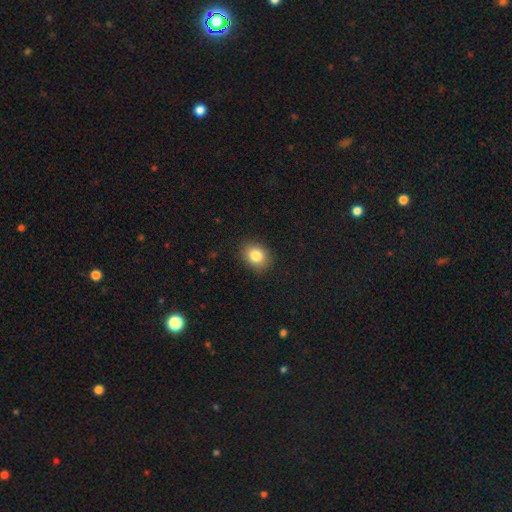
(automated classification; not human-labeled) smooth_or_featured: smooth (p=0.83) [alt: star or artifact p=0.10]
how_rounded: round (p=0.50) [alt: in between p=0.49]
merging: none (p=0.87) [alt: minor disturbance p=0.09]